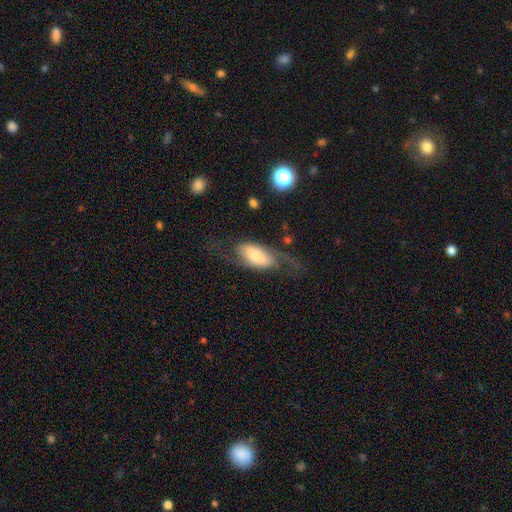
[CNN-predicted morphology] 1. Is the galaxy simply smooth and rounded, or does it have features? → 55% featured or disk, 38% smooth, 7% star or artifact.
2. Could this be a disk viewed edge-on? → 88% no, 12% yes.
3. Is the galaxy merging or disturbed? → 53% none, 25% major disturbance, 19% minor disturbance, 2% merger.